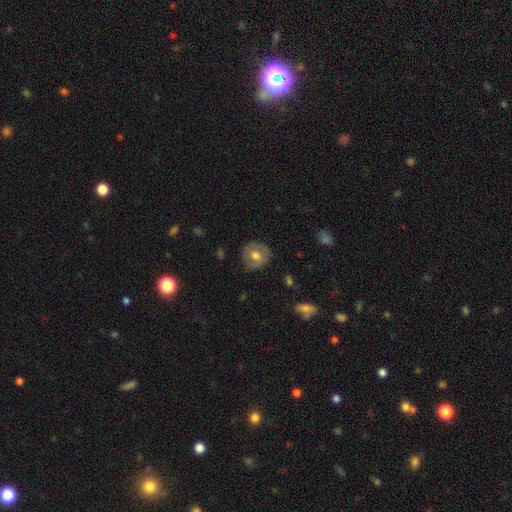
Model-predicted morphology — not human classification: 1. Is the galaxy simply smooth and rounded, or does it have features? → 56% smooth, 37% featured or disk, 8% star or artifact.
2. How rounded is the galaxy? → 81% round, 18% in between, 1% cigar-shaped.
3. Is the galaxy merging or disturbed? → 77% none, 17% minor disturbance, 5% major disturbance, 1% merger.